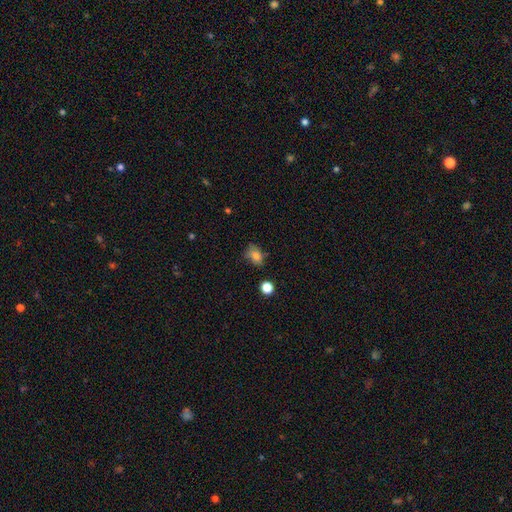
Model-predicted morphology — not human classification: This is likely a smooth galaxy (74%). How rounded: likely in between (66%). Merging: possibly none (56%).